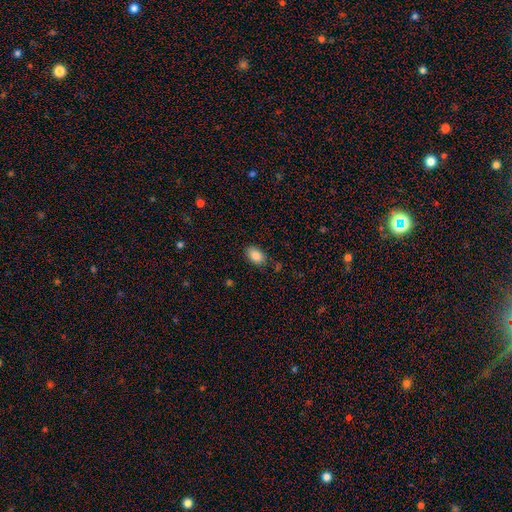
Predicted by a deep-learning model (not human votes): smooth-or-featured: smooth: 86% | star or artifact: 8% | featured or disk: 6%
  how-rounded: in between: 88% | round: 11% | cigar-shaped: 2%
  merging: none: 82% | minor disturbance: 14% | major disturbance: 3% | merger: 2%